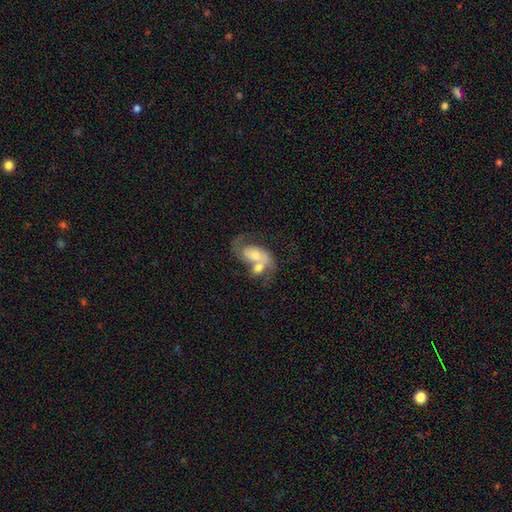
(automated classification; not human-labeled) Smooth or featured?
  - featured or disk: 58% *
  - smooth: 34%
  - star or artifact: 8%
Edge-on disk?
  - no: 96% *
  - yes: 4%
Bar?
  - no: 64% *
  - weak: 28%
  - strong: 9%
Spiral arms?
  - yes: 78% *
  - no: 22%
Bulge size?
  - moderate: 42% *
  - small: 27%
  - large: 17%
  - none: 11%
  - dominant: 3%
Merging?
  - merger: 63% *
  - none: 16%
  - major disturbance: 12%
  - minor disturbance: 9%